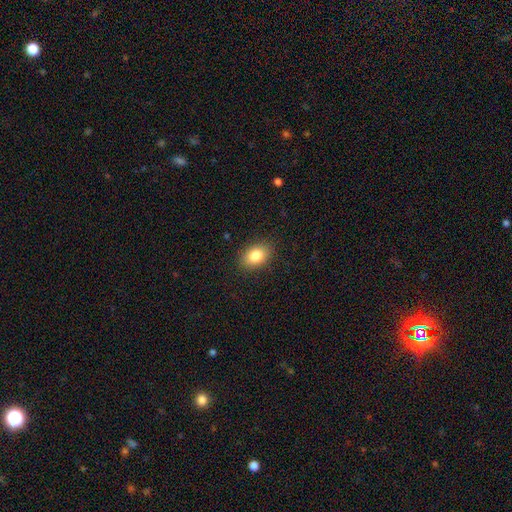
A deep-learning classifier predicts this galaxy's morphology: This appears to be a smooth galaxy with no disk features (83%) that is in between round and cigar-shaped (81%). Merging: none (88%).